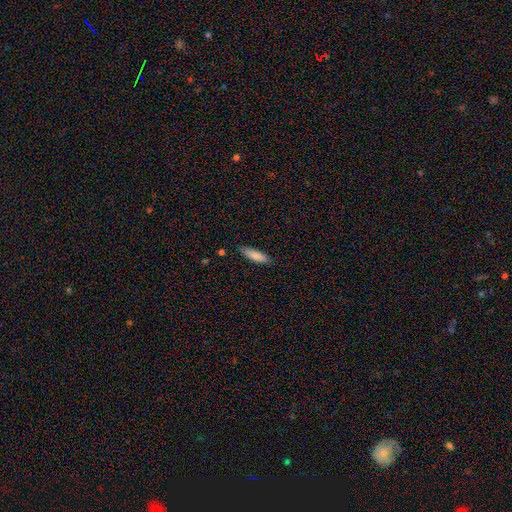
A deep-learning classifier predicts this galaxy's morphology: The model was most divided on "how rounded": cigar-shaped: 63%, in between: 36%, round: 1%. More confident: merging — none (86%); smooth or featured — smooth (84%).